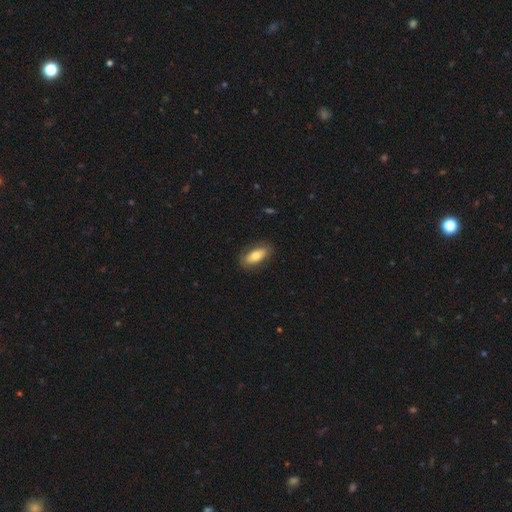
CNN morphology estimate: A smooth galaxy with no disk features (73%) that is in between round and cigar-shaped (86%). Merging: none (84%).